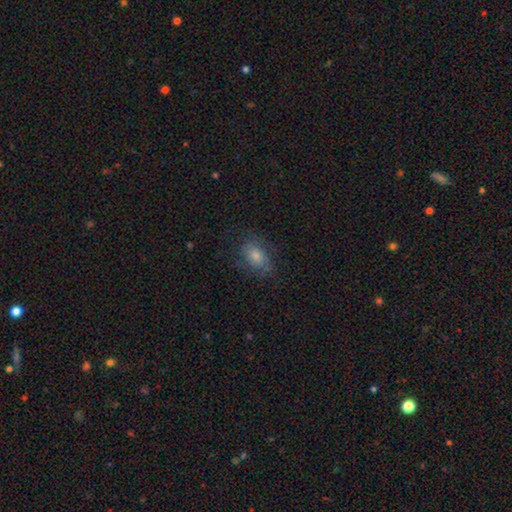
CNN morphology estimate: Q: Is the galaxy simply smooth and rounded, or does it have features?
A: smooth — 57%.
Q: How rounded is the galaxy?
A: in between — 76%.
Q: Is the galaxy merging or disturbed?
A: none — 70%.